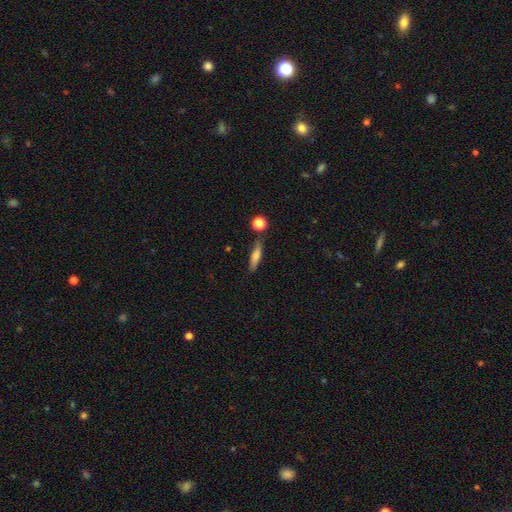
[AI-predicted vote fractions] Smooth or featured? Predicted: smooth (p=0.66). How rounded? Predicted: cigar-shaped (p=0.74). Merging? Predicted: none (p=0.77).